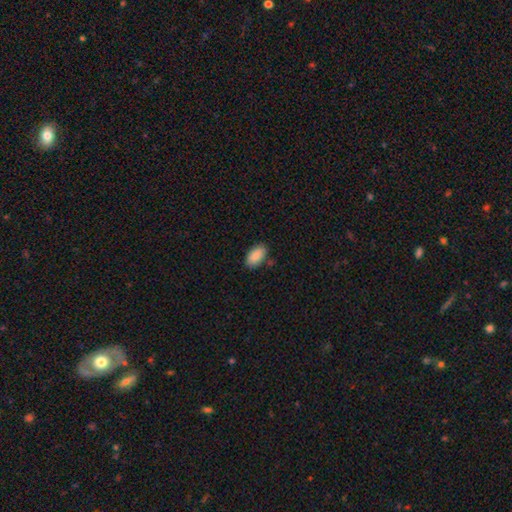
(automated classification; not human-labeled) smooth-or-featured: smooth: 89% | star or artifact: 7% | featured or disk: 4%
  how-rounded: in between: 94% | cigar-shaped: 3% | round: 3%
  merging: none: 83% | minor disturbance: 12% | major disturbance: 3% | merger: 2%